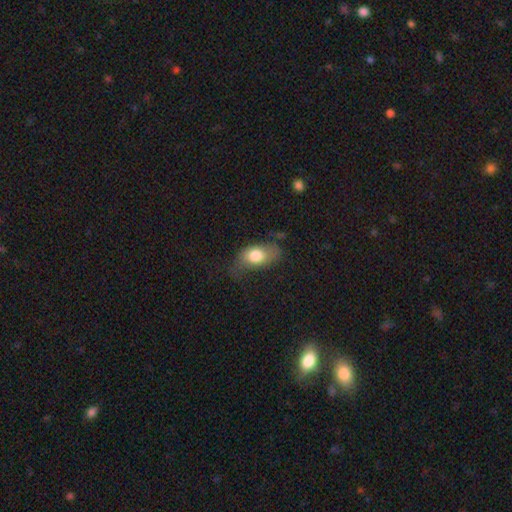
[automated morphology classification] smooth_or_featured: smooth (p=0.71) [alt: featured or disk p=0.21]
how_rounded: in between (p=0.86) [alt: round p=0.10]
merging: none (p=0.49) [alt: minor disturbance p=0.31]